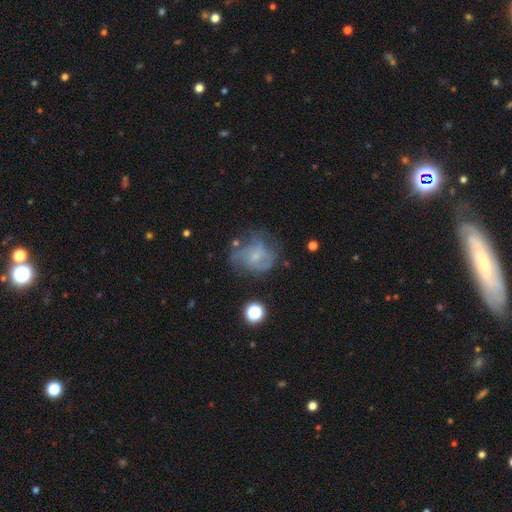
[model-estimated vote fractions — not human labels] Smooth or featured: featured or disk — 64% (smooth — 25%)
Edge-on disk: no — 98% (yes — 2%)
Bar: no — 59% (weak — 35%)
Spiral arms: yes — 79% (no — 21%)
Bulge size: small — 64% (moderate — 19%)
Merging: none — 52% (minor disturbance — 24%)